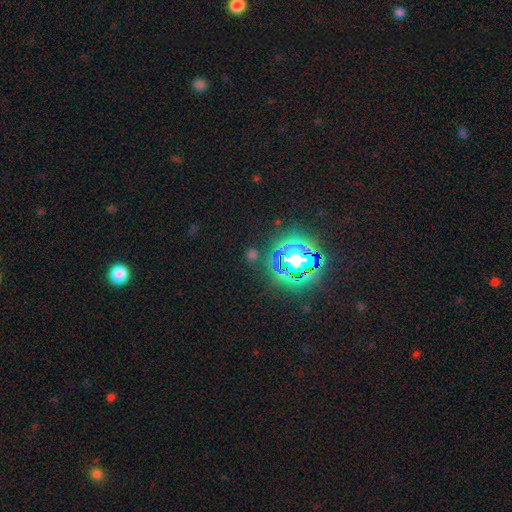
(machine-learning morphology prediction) Q: Smooth or featured?
A: star or artifact (73%); runner-up: smooth (18%)